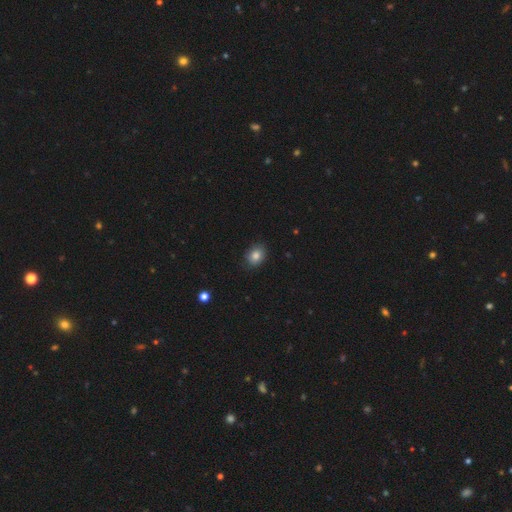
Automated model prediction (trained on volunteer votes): Morphology: type=smooth (83%); roundness=in between (56%); merging=none (83%).